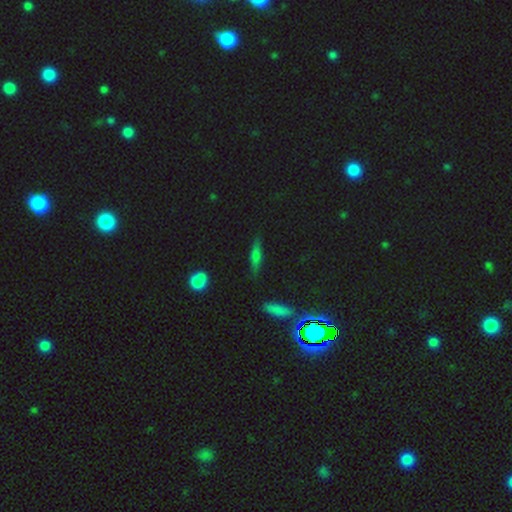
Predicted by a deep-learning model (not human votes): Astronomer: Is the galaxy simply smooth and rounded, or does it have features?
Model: smooth — 52% (runner-up: featured or disk, 36%).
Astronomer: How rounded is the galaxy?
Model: cigar-shaped — 72%.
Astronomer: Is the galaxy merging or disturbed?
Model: none — 82%.